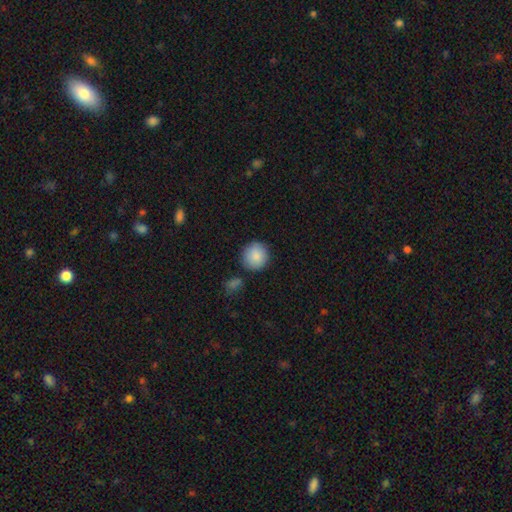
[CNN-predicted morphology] smooth 89%, star or artifact 7%, featured or disk 4%. Down the decision tree: how rounded — round (92%); merging — none (84%).